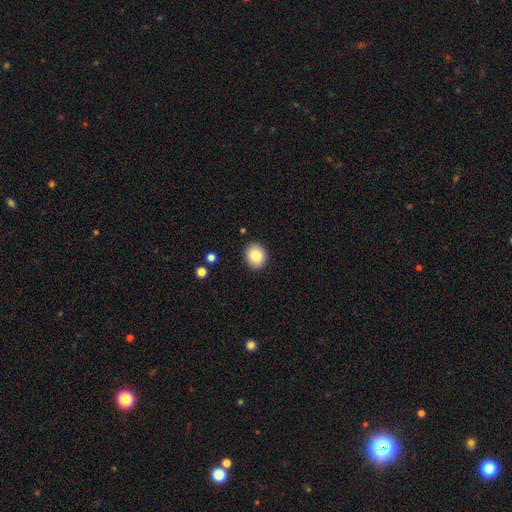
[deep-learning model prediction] A smooth galaxy with no disk features (84%) that is round (66%). Merging: none (90%).